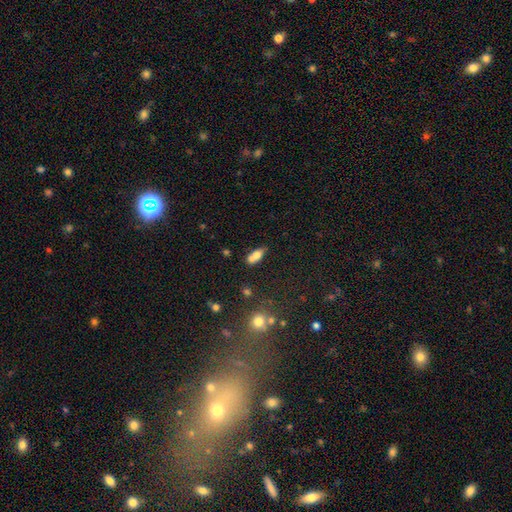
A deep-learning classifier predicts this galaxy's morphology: Smooth or featured? Predicted: smooth (p=0.67). How rounded? Predicted: in between (p=0.76). Merging? Predicted: none (p=0.39).